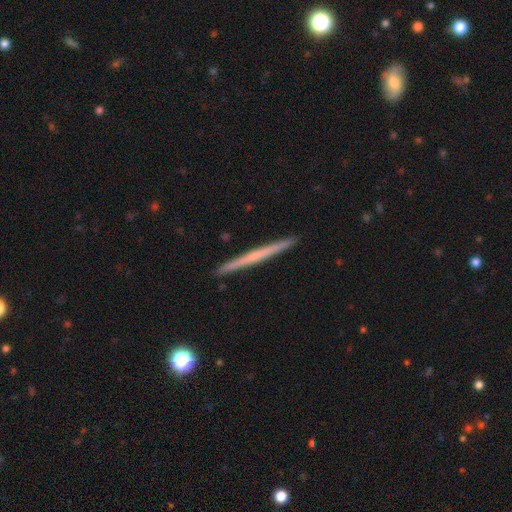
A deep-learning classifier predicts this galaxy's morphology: The model was most divided on "smooth or featured": featured or disk: 56%, smooth: 38%, star or artifact: 6%. More confident: edge-on disk — yes (98%); merging — none (93%); edge-on bulge — none (81%).